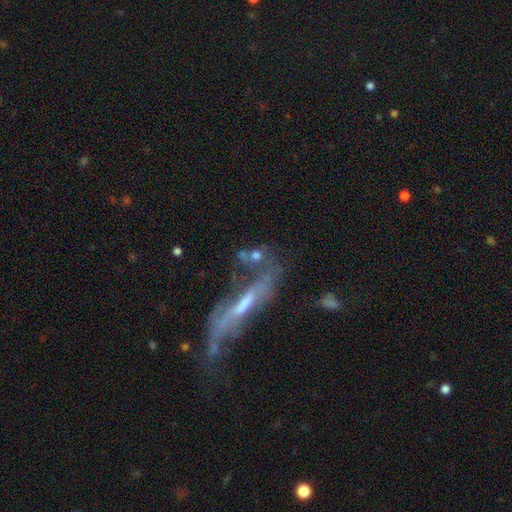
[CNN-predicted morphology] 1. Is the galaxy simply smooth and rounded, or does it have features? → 51% featured or disk, 36% smooth, 13% star or artifact.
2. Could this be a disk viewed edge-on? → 62% no, 38% yes.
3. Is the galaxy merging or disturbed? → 41% none, 23% merger, 18% major disturbance, 18% minor disturbance.